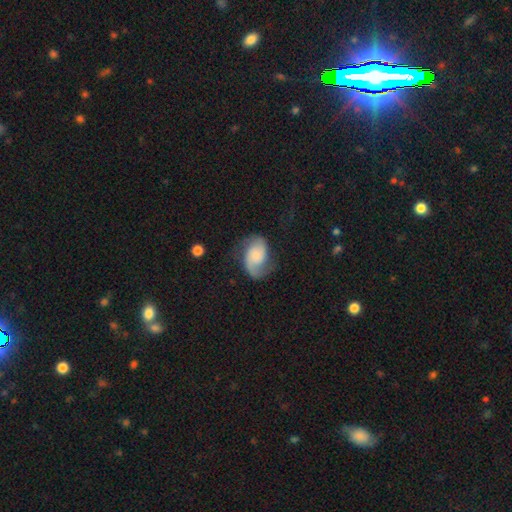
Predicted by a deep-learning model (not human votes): Q: Smooth or featured?
A: featured or disk (76%); runner-up: smooth (18%)
Q: Edge-on disk?
A: no (98%); runner-up: yes (2%)
Q: Bar?
A: no (66%); runner-up: weak (27%)
Q: Spiral arms?
A: yes (96%); runner-up: no (4%)
Q: Spiral winding?
A: medium (44%); runner-up: loose (37%)
Q: Spiral arm count?
A: 2 (86%); runner-up: 1 (8%)
Q: Bulge size?
A: small (40%); runner-up: moderate (24%)
Q: Merging?
A: none (64%); runner-up: minor disturbance (21%)